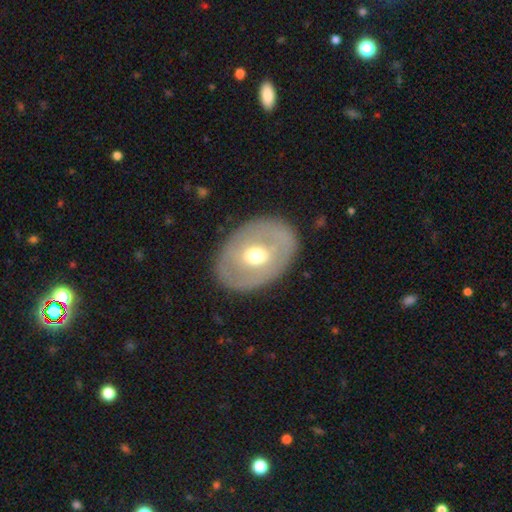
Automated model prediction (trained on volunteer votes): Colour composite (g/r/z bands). It shows a featured or disk galaxy (54%). Merging: none (82%).